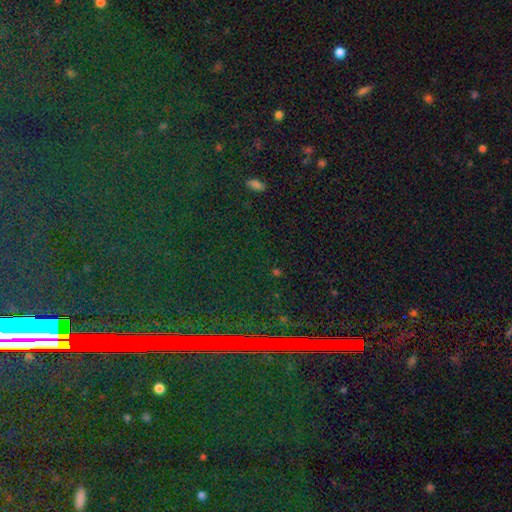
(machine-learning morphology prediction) Smooth or featured? star or artifact (85%)